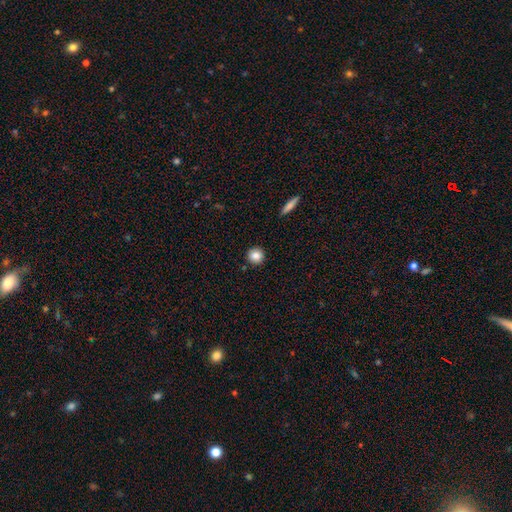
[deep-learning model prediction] smooth_or_featured: smooth (p=0.85) [alt: star or artifact p=0.10]
how_rounded: round (p=0.93) [alt: in between p=0.06]
merging: none (p=0.91) [alt: minor disturbance p=0.06]